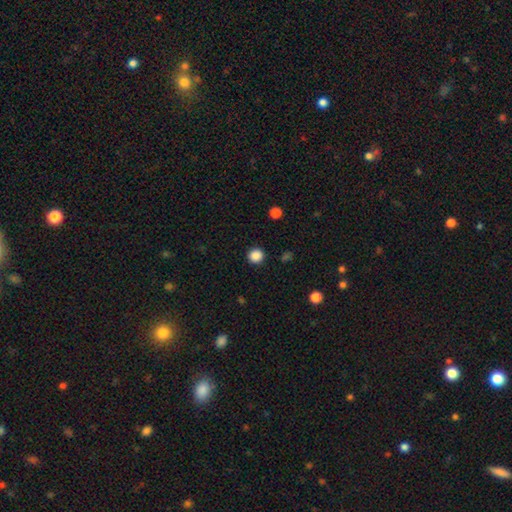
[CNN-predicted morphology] Smooth or featured: smooth — 87% (star or artifact — 11%)
How rounded: round — 94% (in between — 5%)
Merging: none — 92% (minor disturbance — 5%)